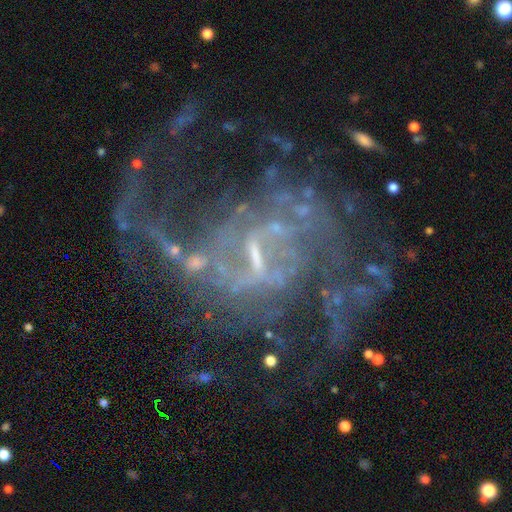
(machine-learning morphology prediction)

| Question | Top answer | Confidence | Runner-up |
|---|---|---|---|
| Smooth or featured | featured or disk | 82% | star or artifact (12%) |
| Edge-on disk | no | 98% | yes (2%) |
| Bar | weak | 46% | no (36%) |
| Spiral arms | yes | 81% | no (19%) |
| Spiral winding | loose | 48% | medium (37%) |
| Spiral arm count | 2 | 44% | can't tell (27%) |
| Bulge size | small | 58% | none (26%) |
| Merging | none | 41% | major disturbance (38%) |